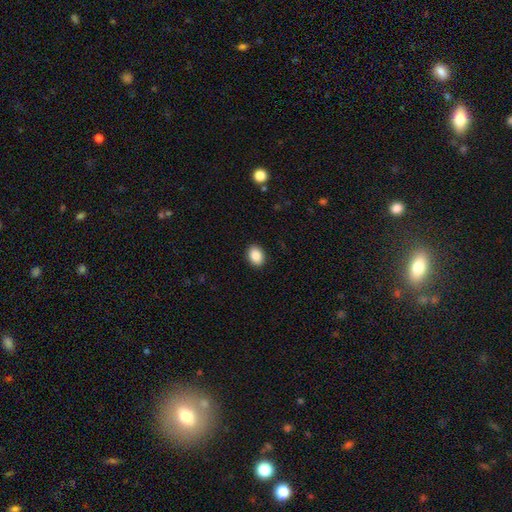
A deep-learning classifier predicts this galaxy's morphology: type=smooth (88%); roundness=in between (66%); merging=none (91%).